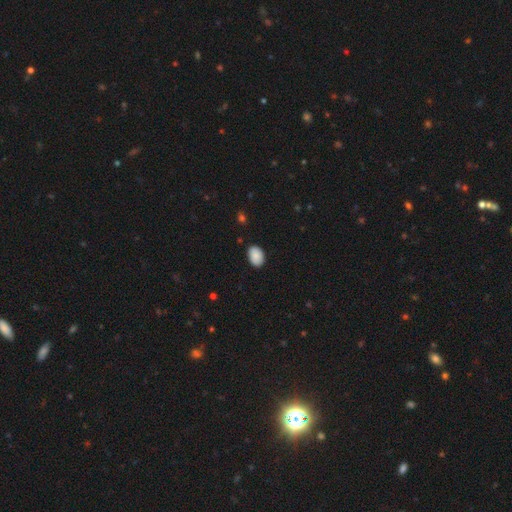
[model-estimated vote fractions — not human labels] Q: Smooth or featured?
A: smooth (89%); runner-up: star or artifact (7%)
Q: How rounded?
A: in between (85%); runner-up: round (14%)
Q: Merging?
A: none (86%); runner-up: minor disturbance (11%)